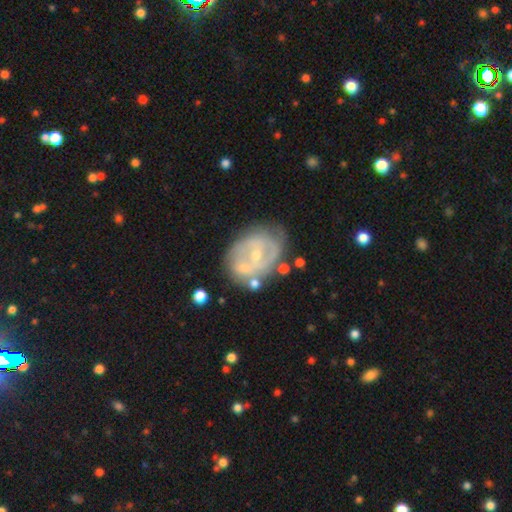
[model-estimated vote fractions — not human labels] Smooth or featured?
  - featured or disk: 76% *
  - smooth: 18%
  - star or artifact: 6%
Edge-on disk?
  - no: 97% *
  - yes: 3%
Bar?
  - no: 57% *
  - weak: 33%
  - strong: 10%
Spiral arms?
  - yes: 68% *
  - no: 32%
Bulge size?
  - small: 63% *
  - moderate: 32%
  - none: 2%
  - large: 1%
  - dominant: 1%
Merging?
  - none: 56% *
  - minor disturbance: 23%
  - merger: 11%
  - major disturbance: 10%